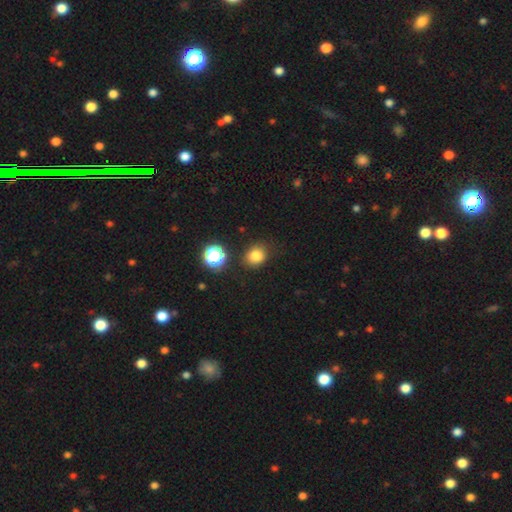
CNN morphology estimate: Q: Smooth or featured?
A: smooth (80%); runner-up: star or artifact (15%)
Q: How rounded?
A: round (64%); runner-up: in between (35%)
Q: Merging?
A: none (79%); runner-up: minor disturbance (13%)